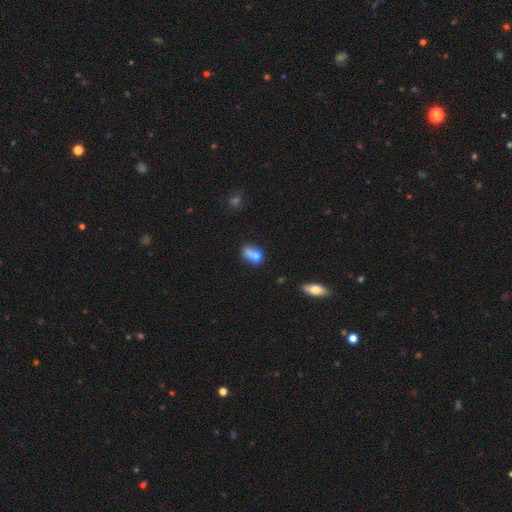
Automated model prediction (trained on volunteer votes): The model was most divided on "merging": merger: 33%, none: 30%, minor disturbance: 22%, major disturbance: 15%. More confident: smooth or featured — smooth (71%); how rounded — in between (63%).